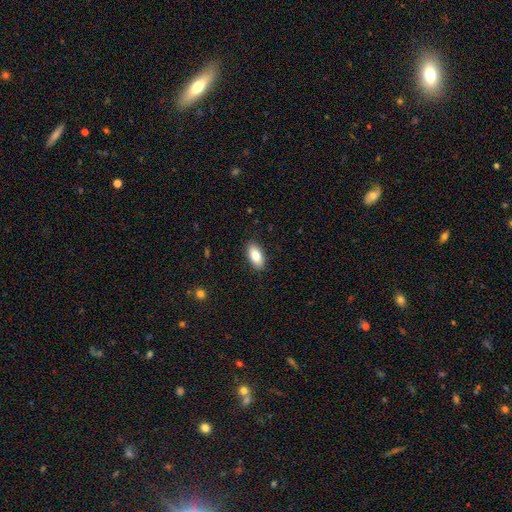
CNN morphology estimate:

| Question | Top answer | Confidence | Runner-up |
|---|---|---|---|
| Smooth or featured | smooth | 83% | featured or disk (10%) |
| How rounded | in between | 92% | cigar-shaped (5%) |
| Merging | none | 89% | minor disturbance (9%) |